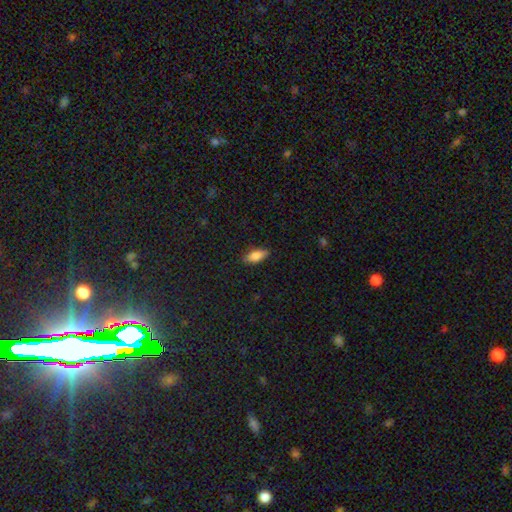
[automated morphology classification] Smooth or featured?
  - smooth: 81% *
  - featured or disk: 11%
  - star or artifact: 7%
How rounded?
  - in between: 84% *
  - cigar-shaped: 14%
  - round: 3%
Merging?
  - none: 86% *
  - minor disturbance: 11%
  - major disturbance: 2%
  - merger: 1%